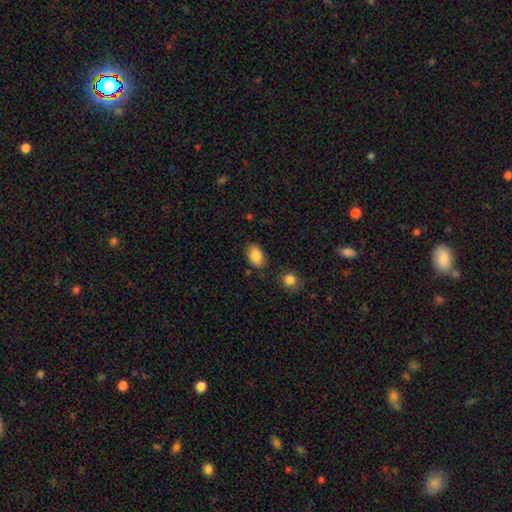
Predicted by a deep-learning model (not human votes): This appears to be a smooth galaxy with no disk features (87%) that is in between round and cigar-shaped (85%). Merging: none (80%).